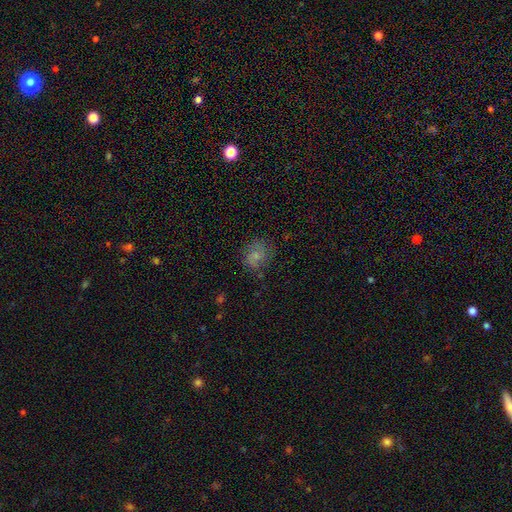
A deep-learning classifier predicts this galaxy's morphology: smooth-or-featured: smooth: 63% | featured or disk: 26% | star or artifact: 11%
  how-rounded: round: 64% | in between: 35% | cigar-shaped: 1%
  merging: none: 70% | minor disturbance: 20% | major disturbance: 8% | merger: 2%